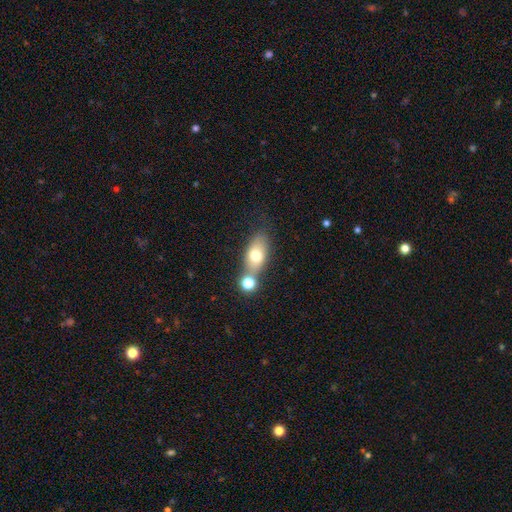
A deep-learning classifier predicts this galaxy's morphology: This is likely a smooth galaxy (71%). How rounded: likely in between (79%). Merging: possibly none (46%).